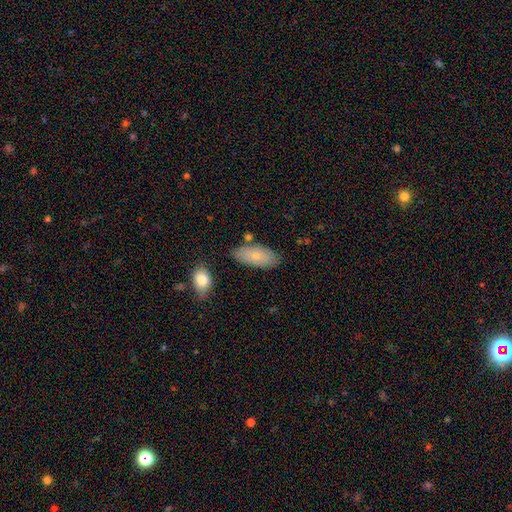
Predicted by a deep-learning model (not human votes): The model was most divided on "merging": none: 75%, minor disturbance: 16%, merger: 5%, major disturbance: 3%. More confident: how rounded — in between (90%); smooth or featured — smooth (78%).